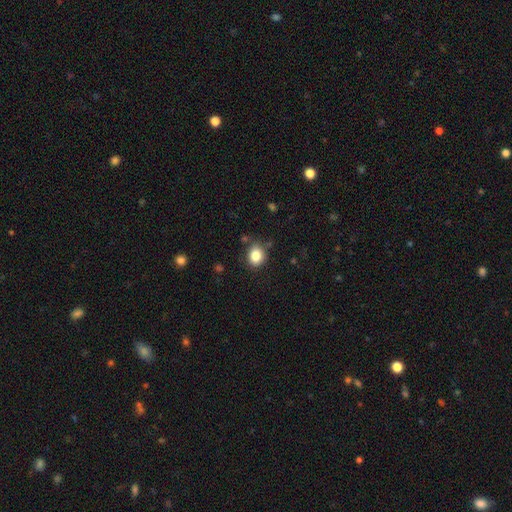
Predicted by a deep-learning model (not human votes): This appears to be a smooth galaxy with no disk features (84%) that is round (61%). Merging: none (81%).